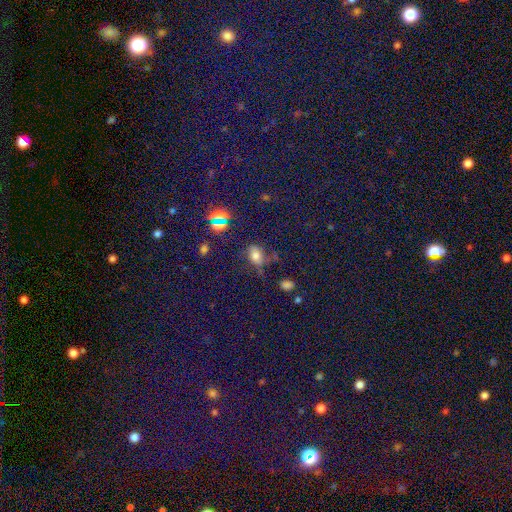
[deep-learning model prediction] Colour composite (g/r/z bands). It shows a smooth galaxy with no disk features (61%) that is in between round and cigar-shaped (76%). Merging: none (54%).